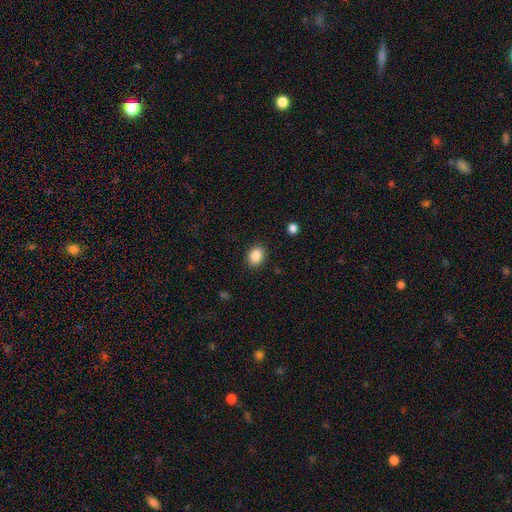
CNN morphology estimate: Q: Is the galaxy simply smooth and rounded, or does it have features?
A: smooth — 87%.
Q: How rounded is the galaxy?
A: round — 52%.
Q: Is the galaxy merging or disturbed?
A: none — 88%.